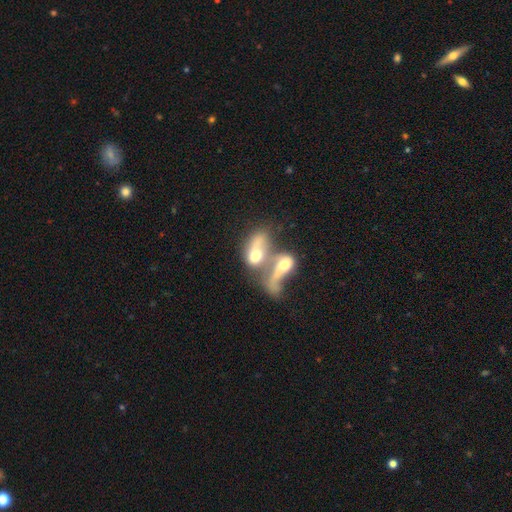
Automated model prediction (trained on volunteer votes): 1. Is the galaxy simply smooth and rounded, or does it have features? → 51% smooth, 40% featured or disk, 9% star or artifact.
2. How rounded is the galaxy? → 73% in between, 20% round, 7% cigar-shaped.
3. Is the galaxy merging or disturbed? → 79% merger, 12% major disturbance, 6% none, 4% minor disturbance.